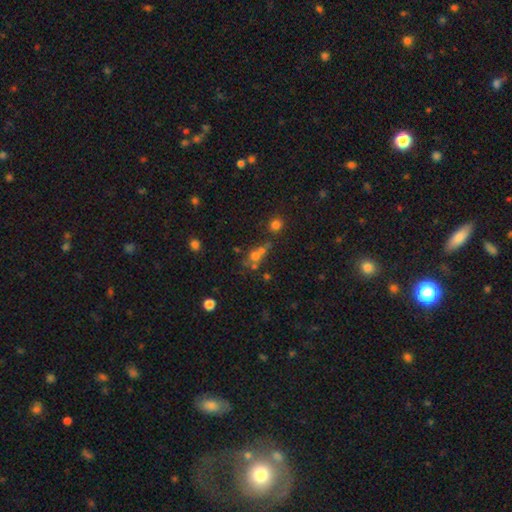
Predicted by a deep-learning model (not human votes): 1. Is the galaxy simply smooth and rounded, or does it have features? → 54% smooth, 27% star or artifact, 19% featured or disk.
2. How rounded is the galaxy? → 74% round, 23% in between, 3% cigar-shaped.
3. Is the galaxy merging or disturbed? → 43% merger, 40% none, 10% minor disturbance, 7% major disturbance.